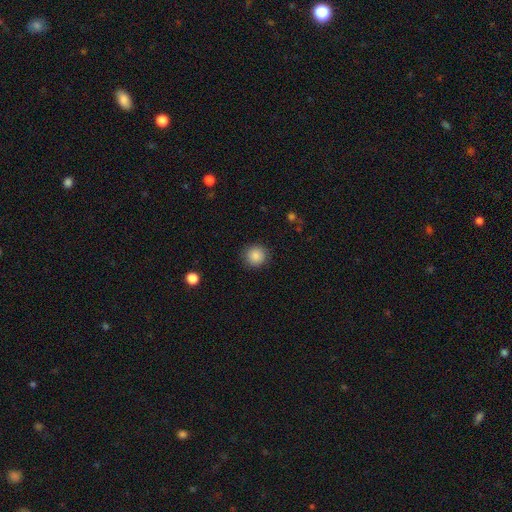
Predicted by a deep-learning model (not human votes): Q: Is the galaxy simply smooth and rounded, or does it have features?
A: smooth — 87%.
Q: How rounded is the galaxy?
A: round — 92%.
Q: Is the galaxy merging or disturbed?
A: none — 89%.